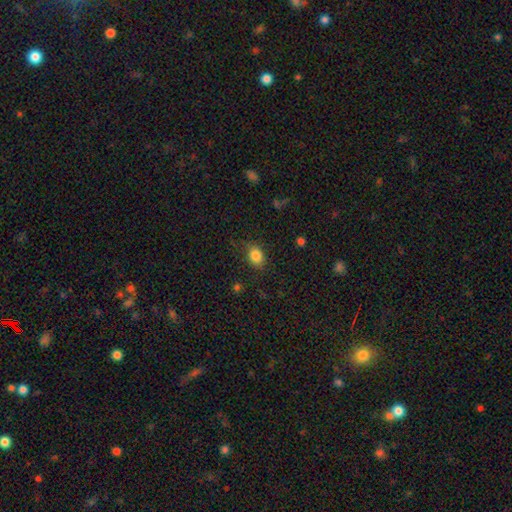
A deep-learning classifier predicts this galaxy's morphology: Smooth or featured: smooth — 84% (star or artifact — 10%)
How rounded: in between — 66% (round — 33%)
Merging: none — 79% (minor disturbance — 15%)